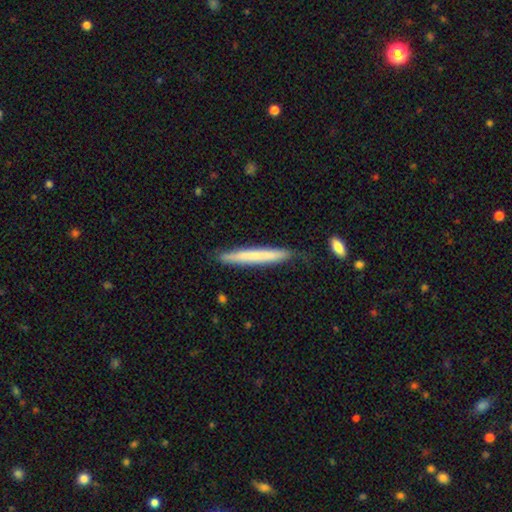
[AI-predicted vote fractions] Overall: smooth (64%; featured or disk 30%). How rounded: cigar-shaped (96%). Merging: none (85%).